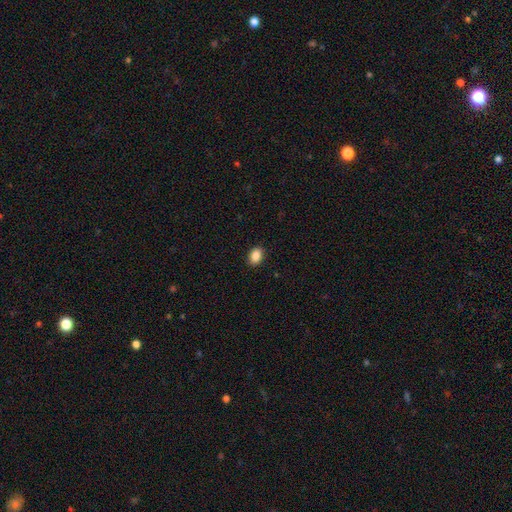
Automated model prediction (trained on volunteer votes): Q: Smooth or featured?
A: smooth (88%); runner-up: star or artifact (8%)
Q: How rounded?
A: in between (75%); runner-up: round (24%)
Q: Merging?
A: none (90%); runner-up: minor disturbance (7%)